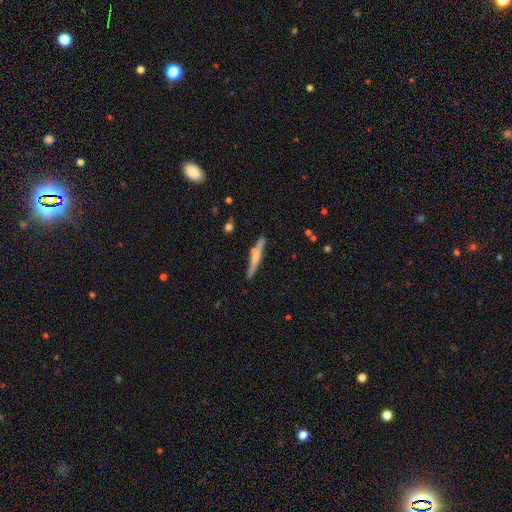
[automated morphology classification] A smooth galaxy with no disk features (48%). Merging: none (79%).